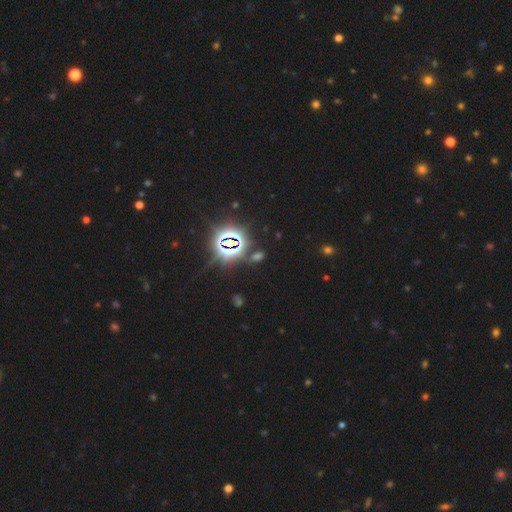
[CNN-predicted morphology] star or artifact 79%, smooth 13%, featured or disk 7%.